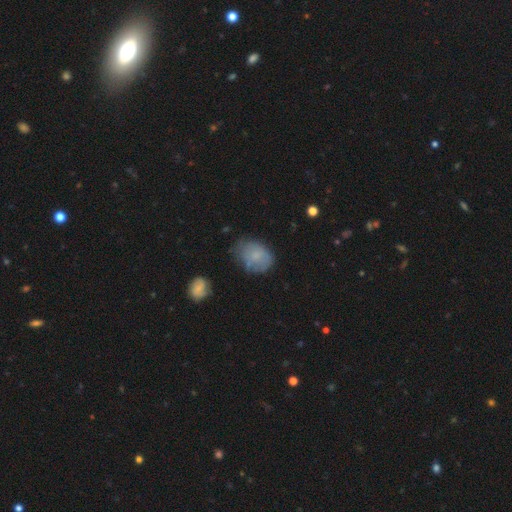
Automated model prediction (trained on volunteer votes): smooth-or-featured: smooth: 71% | featured or disk: 20% | star or artifact: 9%
  how-rounded: in between: 66% | round: 33% | cigar-shaped: 1%
  merging: none: 53% | minor disturbance: 31% | major disturbance: 12% | merger: 4%